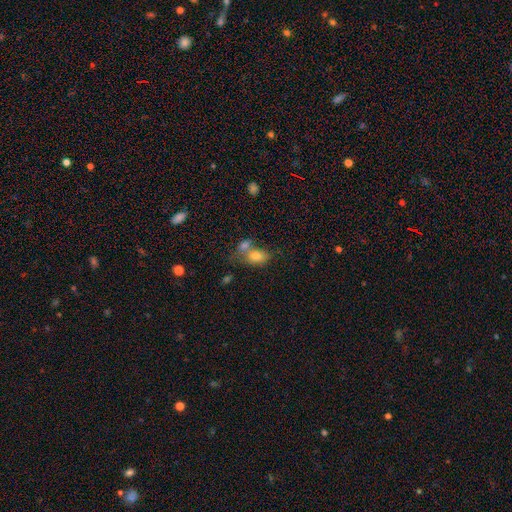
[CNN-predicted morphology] The model was most divided on "merging": merger: 44%, none: 38%, minor disturbance: 13%, major disturbance: 6%. More confident: how rounded — in between (79%); smooth or featured — smooth (76%).